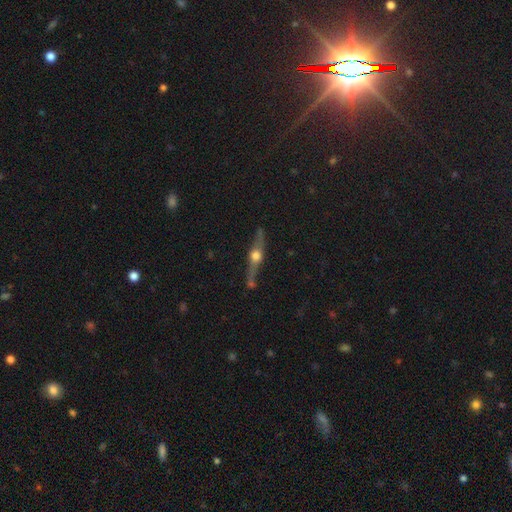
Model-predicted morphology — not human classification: Smooth or featured? featured or disk (80%)
Edge-on disk? yes (94%)
Edge-on bulge? rounded (96%)
Merging? none (76%)